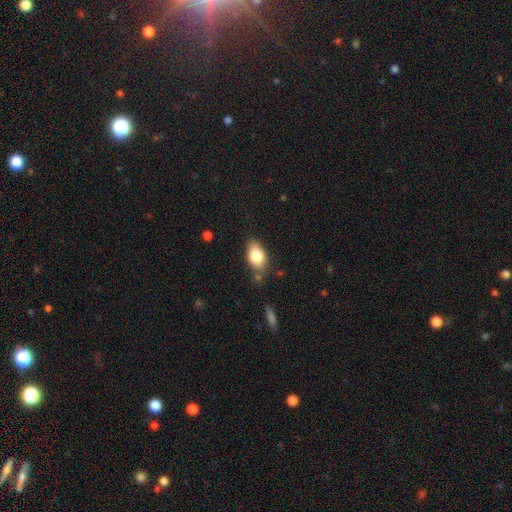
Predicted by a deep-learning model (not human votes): This is clearly a smooth galaxy (80%). How rounded: clearly in between (88%). Merging: likely none (75%).